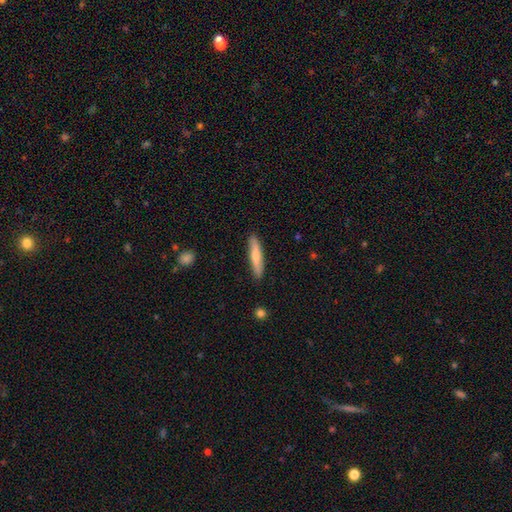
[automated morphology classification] This is likely a smooth galaxy (62%). How rounded: clearly cigar-shaped (88%). Merging: clearly none (88%).